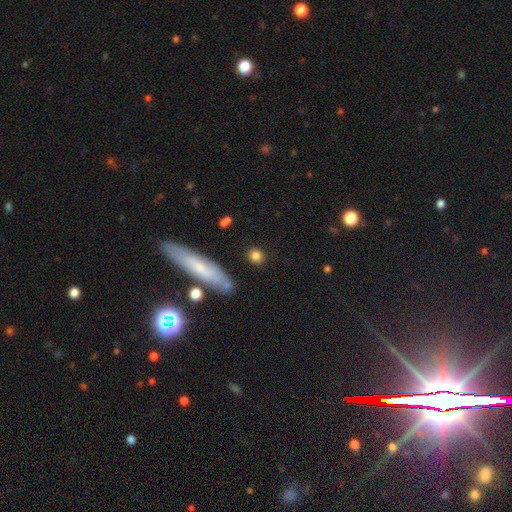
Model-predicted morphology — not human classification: smooth_or_featured: smooth (p=0.83) [alt: star or artifact p=0.09]
how_rounded: round (p=0.75) [alt: in between p=0.18]
merging: none (p=0.83) [alt: minor disturbance p=0.10]